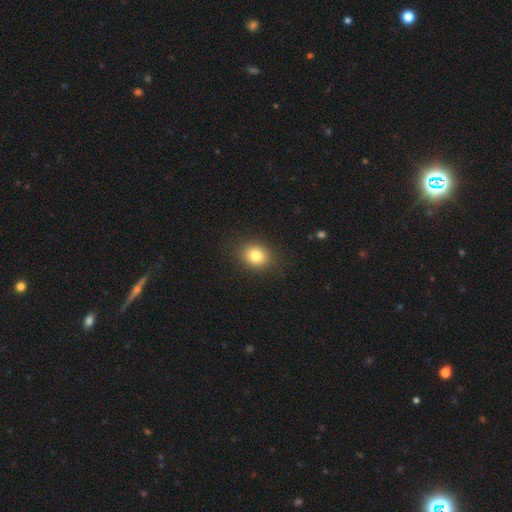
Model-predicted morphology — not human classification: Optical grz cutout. It shows a smooth galaxy with no disk features (81%) that is round (55%). Merging: none (88%).